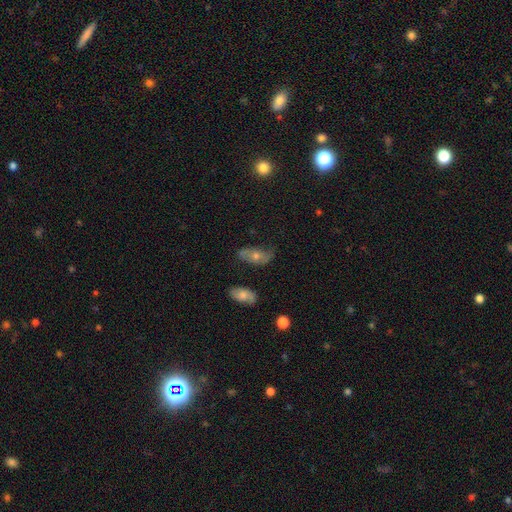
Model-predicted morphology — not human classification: type=featured or disk (50%); edge-on=no (85%); merging=none (59%).